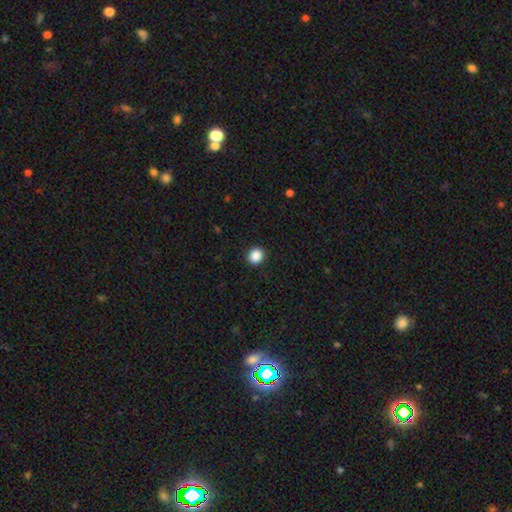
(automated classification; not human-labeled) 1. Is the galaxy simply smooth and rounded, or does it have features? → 89% smooth, 9% star or artifact, 2% featured or disk.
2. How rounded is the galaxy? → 74% round, 25% in between, 1% cigar-shaped.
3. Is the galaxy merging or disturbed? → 92% none, 6% minor disturbance, 2% major disturbance, 1% merger.